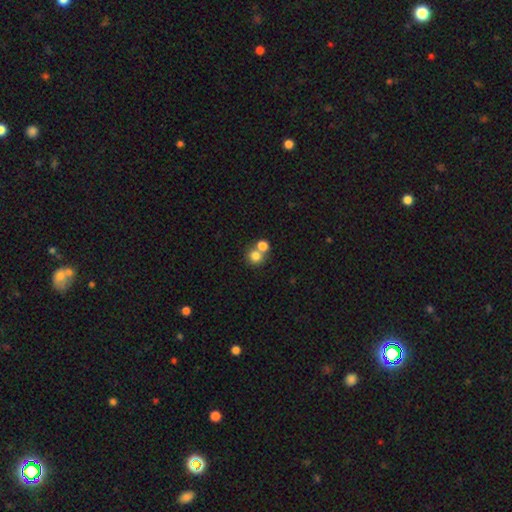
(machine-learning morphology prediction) Smooth or featured? smooth (80%)
How rounded? round (85%)
Merging? none (46%)